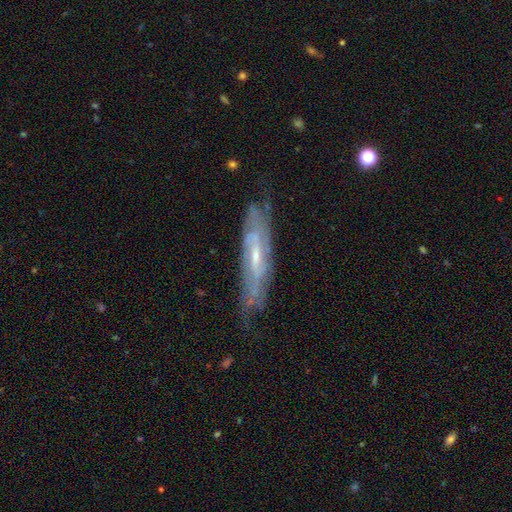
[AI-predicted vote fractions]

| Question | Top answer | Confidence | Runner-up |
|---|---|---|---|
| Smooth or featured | featured or disk | 79% | smooth (15%) |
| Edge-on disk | no | 61% | yes (39%) |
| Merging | none | 69% | minor disturbance (22%) |